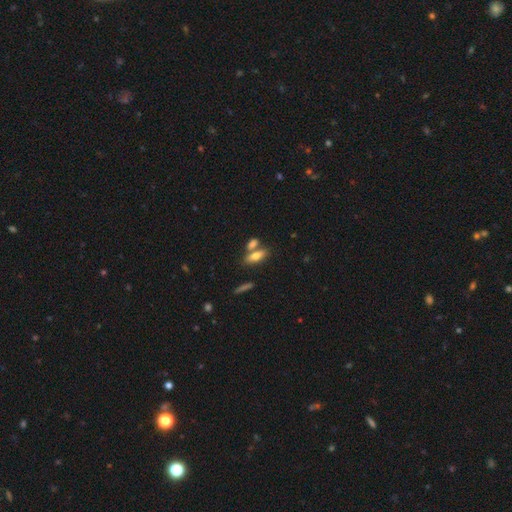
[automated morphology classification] smooth_or_featured: smooth (p=0.70) [alt: featured or disk p=0.21]
how_rounded: in between (p=0.68) [alt: cigar-shaped p=0.27]
merging: none (p=0.54) [alt: merger p=0.33]